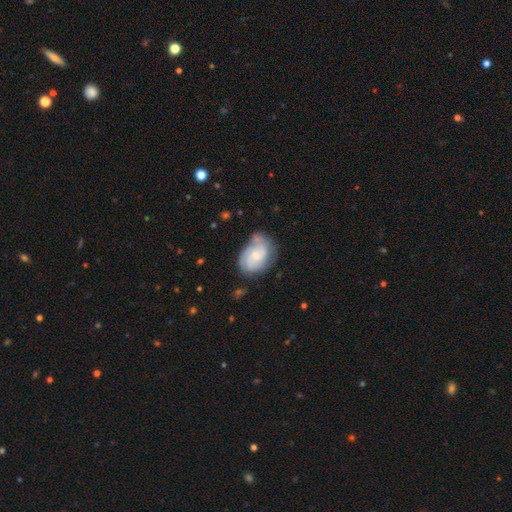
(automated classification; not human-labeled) Overall: featured or disk (62%; smooth 31%). Edge-on disk: no (97%). Bar: no (66%; weak 30%). Spiral arms: yes (87%). Spiral arm count: 2 (31%; can't tell 29%). Spiral winding: tight (46%; medium 40%). Bulge size: small (50%; moderate 32%). Merging: none (56%; minor disturbance 26%).